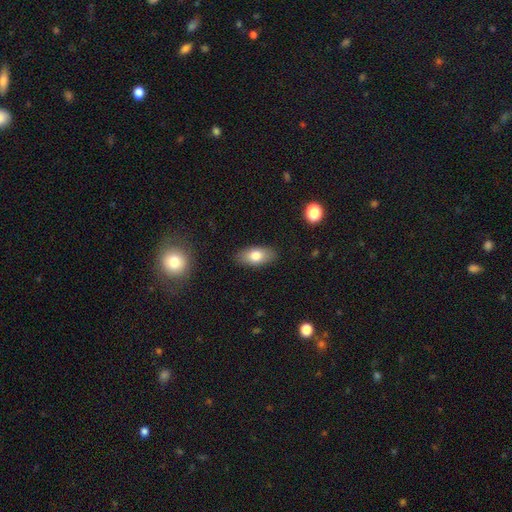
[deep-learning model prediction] Smooth or featured? smooth (76%)
How rounded? in between (89%)
Merging? none (87%)